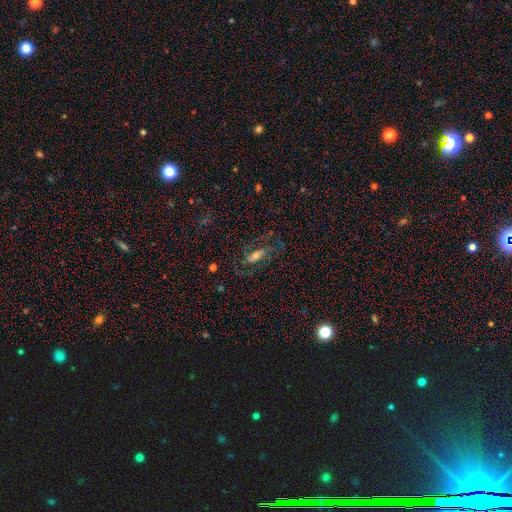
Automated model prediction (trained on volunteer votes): smooth-or-featured: featured or disk: 61% | smooth: 27% | star or artifact: 12%
  disk-edge-on: no: 85% | yes: 15%
    bar: no: 41% | weak: 33% | strong: 26%
    has-spiral-arms: yes: 82% | no: 18%
    bulge-size: moderate: 53% | small: 32% | large: 11% | none: 3% | dominant: 2%
  merging: none: 60% | major disturbance: 20% | minor disturbance: 18% | merger: 2%